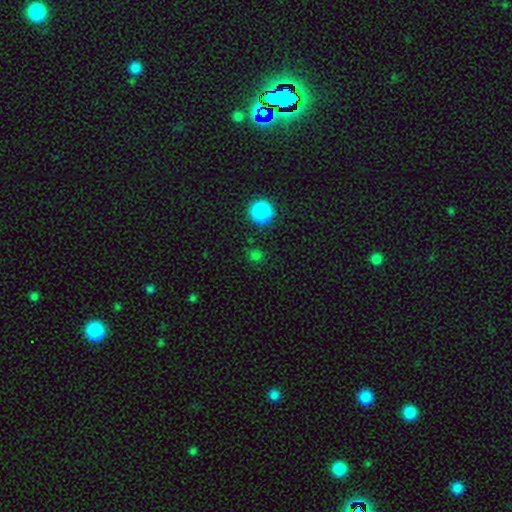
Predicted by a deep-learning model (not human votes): smooth-or-featured: smooth: 75% | star or artifact: 21% | featured or disk: 4%
  how-rounded: round: 88% | in between: 11% | cigar-shaped: 1%
  merging: none: 85% | minor disturbance: 9% | major disturbance: 4% | merger: 3%